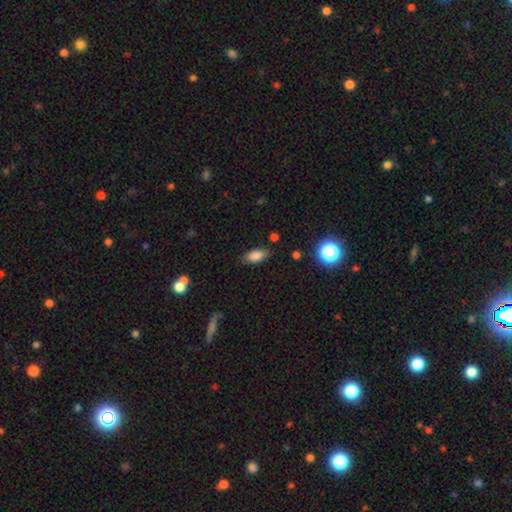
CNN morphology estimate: Smooth or featured?
  - smooth: 82% *
  - star or artifact: 9%
  - featured or disk: 8%
How rounded?
  - in between: 86% *
  - cigar-shaped: 10%
  - round: 4%
Merging?
  - none: 80% *
  - minor disturbance: 14%
  - major disturbance: 3%
  - merger: 2%